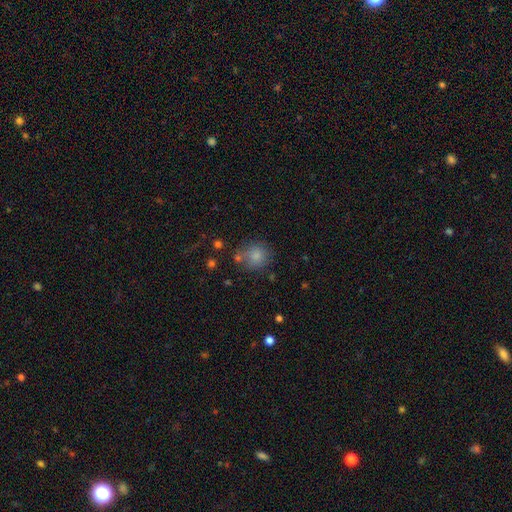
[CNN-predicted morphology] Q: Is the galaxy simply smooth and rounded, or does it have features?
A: smooth — 81%.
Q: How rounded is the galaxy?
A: round — 85%.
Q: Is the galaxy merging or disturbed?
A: none — 69%.